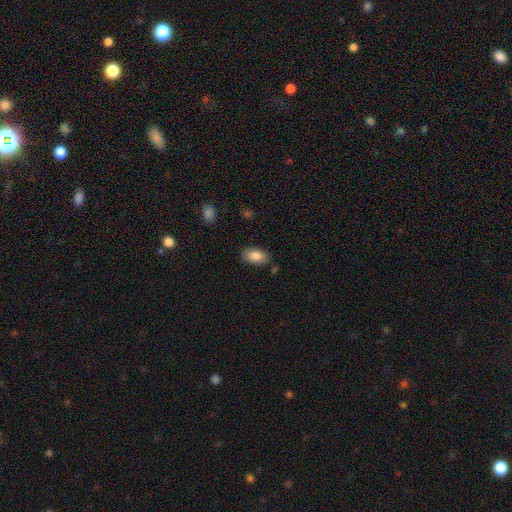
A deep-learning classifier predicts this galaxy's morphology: A smooth galaxy with no disk features (83%) that is in between round and cigar-shaped (93%).

Vote fractions:
- Smooth or featured? smooth: 83% / featured or disk: 10% / star or artifact: 7%
- How rounded? in between: 93% / round: 5% / cigar-shaped: 3%
- Merging? none: 82% / minor disturbance: 13% / major disturbance: 3% / merger: 2%